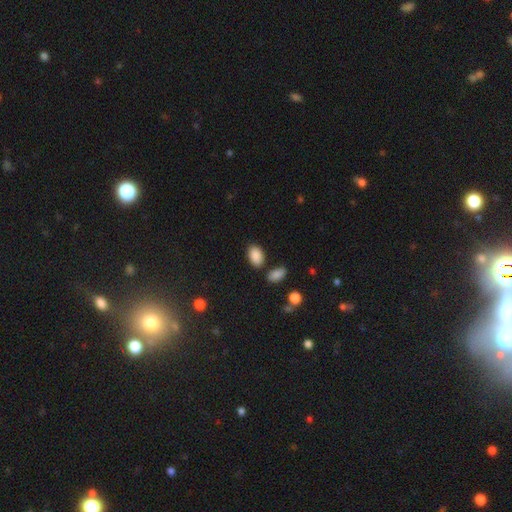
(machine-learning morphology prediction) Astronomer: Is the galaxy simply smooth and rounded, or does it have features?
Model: smooth — 88%.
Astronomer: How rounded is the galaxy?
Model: in between — 90%.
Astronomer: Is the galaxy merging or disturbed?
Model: none — 77%.